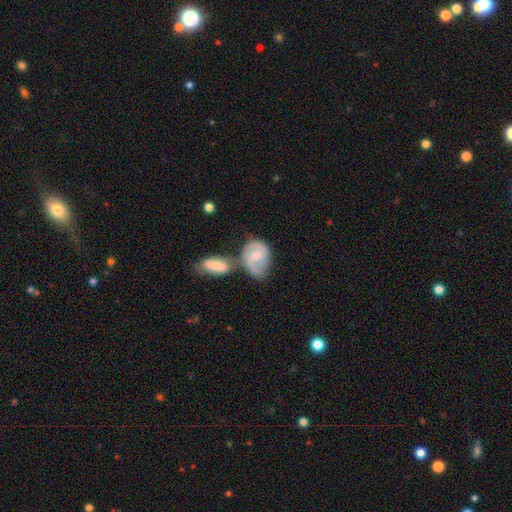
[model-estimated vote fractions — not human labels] Overall: featured or disk (65%; smooth 29%). Edge-on disk: no (96%). Bar: no (46%; weak 45%). Spiral arms: yes (87%). Spiral arm count: 2 (71%). Spiral winding: medium (47%; tight 27%). Bulge size: moderate (53%; small 36%). Merging: merger (44%; none 30%).